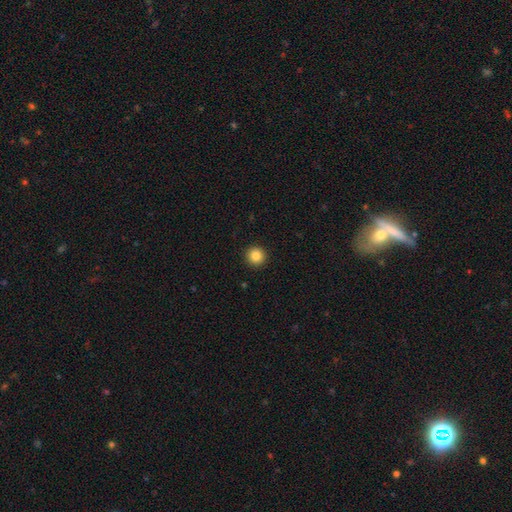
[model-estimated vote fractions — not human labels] The model was most divided on "smooth or featured": smooth: 85%, star or artifact: 11%, featured or disk: 4%. More confident: how rounded — round (95%); merging — none (93%).